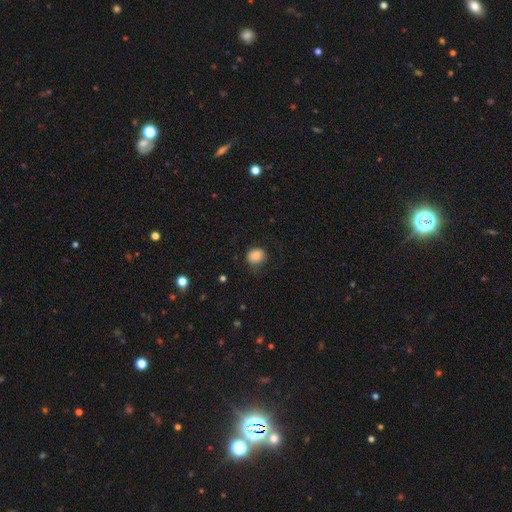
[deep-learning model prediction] A smooth galaxy with no disk features (81%) that is round (71%). Merging: none (74%).